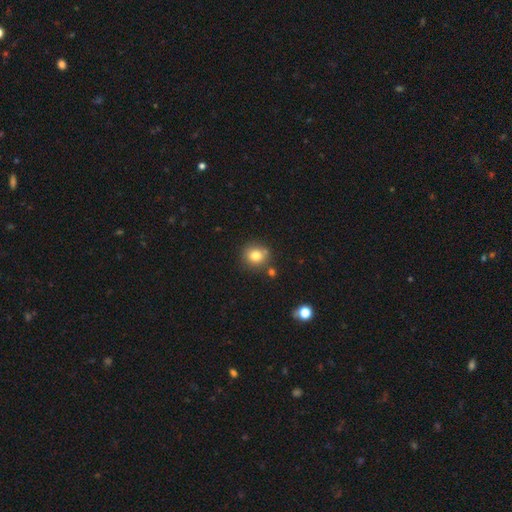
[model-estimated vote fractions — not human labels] smooth_or_featured: smooth (p=0.79) [alt: star or artifact p=0.12]
how_rounded: round (p=0.86) [alt: in between p=0.13]
merging: none (p=0.78) [alt: minor disturbance p=0.11]